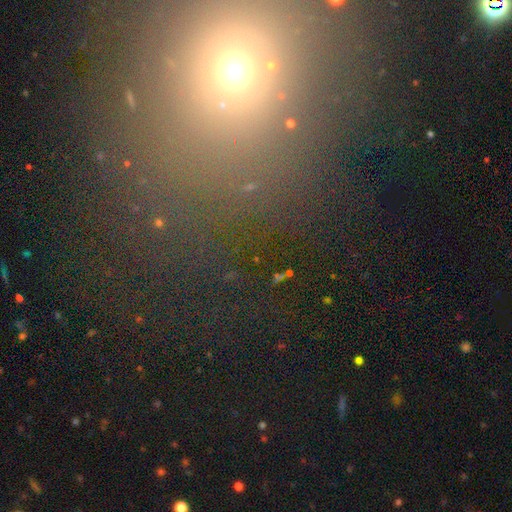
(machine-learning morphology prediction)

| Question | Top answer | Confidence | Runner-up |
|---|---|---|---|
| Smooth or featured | star or artifact | 64% | smooth (23%) |